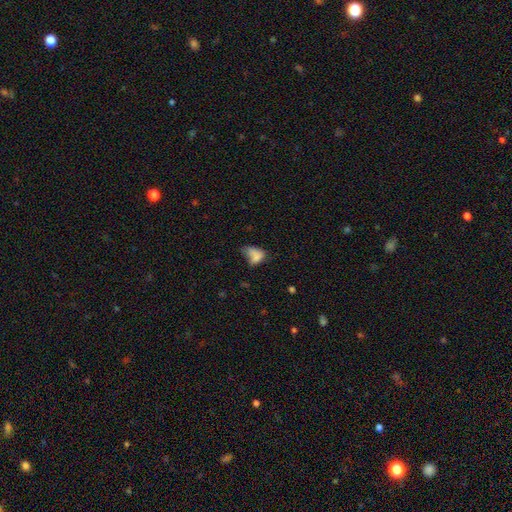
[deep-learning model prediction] Smooth or featured: smooth — 70% (featured or disk — 17%)
How rounded: in between — 84% (round — 13%)
Merging: major disturbance — 32% (minor disturbance — 30%)